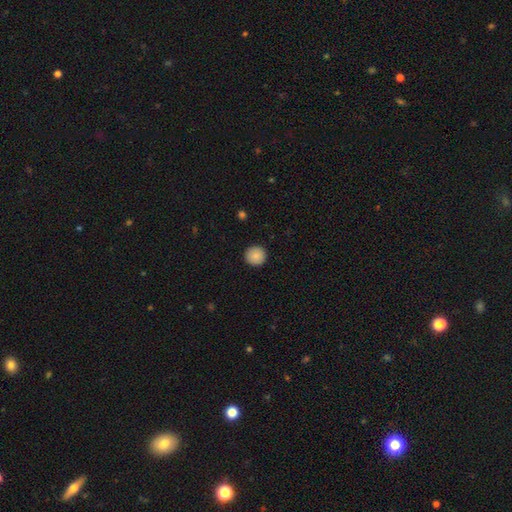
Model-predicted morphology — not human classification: This appears to be a smooth galaxy with no disk features (88%) that is round (95%). Merging: none (93%).